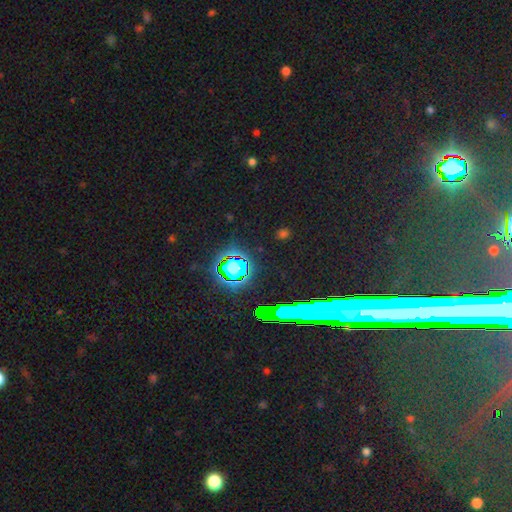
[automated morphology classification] smooth_or_featured: star or artifact (p=0.74) [alt: featured or disk p=0.14]